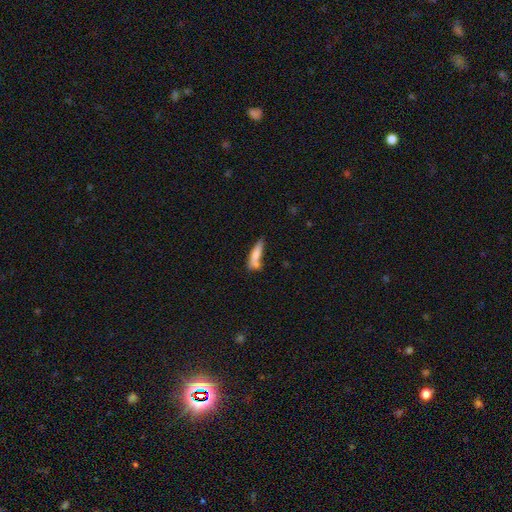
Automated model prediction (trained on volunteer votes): smooth-or-featured: smooth: 73% | featured or disk: 20% | star or artifact: 7%
  how-rounded: cigar-shaped: 73% | in between: 25% | round: 2%
  merging: none: 49% | merger: 23% | minor disturbance: 21% | major disturbance: 7%